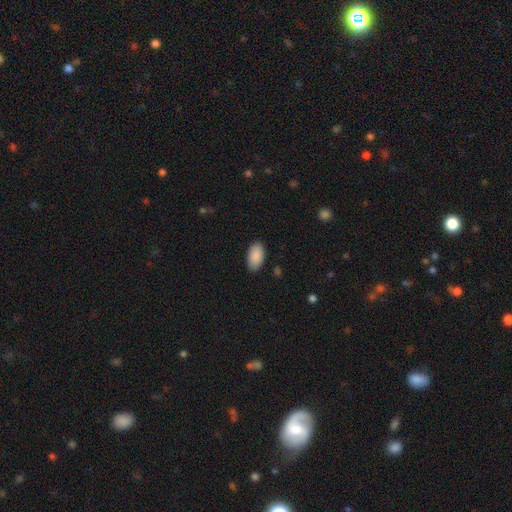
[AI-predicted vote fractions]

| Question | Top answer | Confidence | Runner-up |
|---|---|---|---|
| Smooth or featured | smooth | 90% | star or artifact (6%) |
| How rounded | in between | 95% | round (3%) |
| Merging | none | 87% | minor disturbance (10%) |